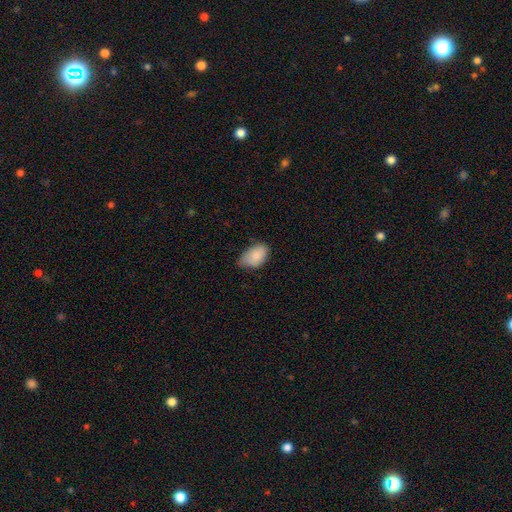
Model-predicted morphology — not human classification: The model was most divided on "merging": none: 51%, minor disturbance: 41%, major disturbance: 7%, merger: 2%. More confident: how rounded — in between (91%); smooth or featured — smooth (86%).